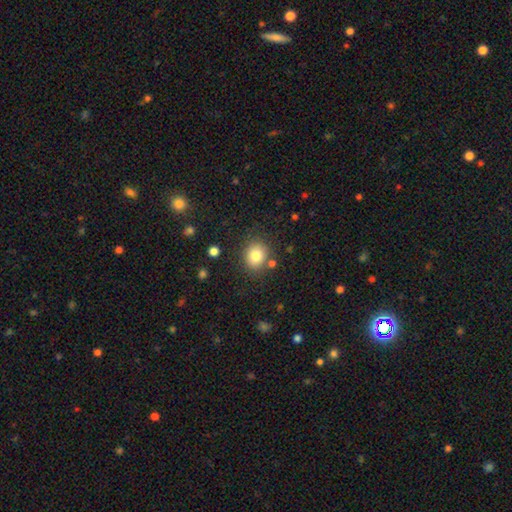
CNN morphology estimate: This is clearly a smooth galaxy (81%). How rounded: likely round (71%). Merging: clearly none (81%).